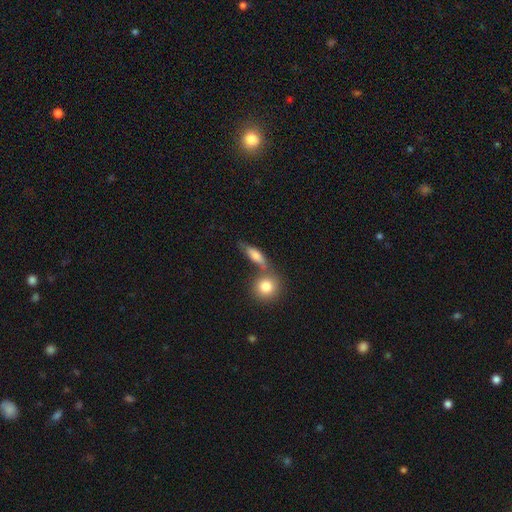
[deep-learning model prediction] This is likely a smooth galaxy (67%). How rounded: possibly in between (49%). Merging: possibly none (50%).